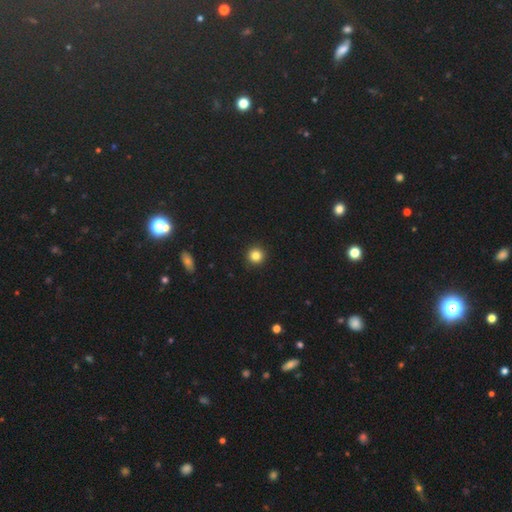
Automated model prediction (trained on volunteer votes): Smooth or featured?
  - smooth: 84% *
  - star or artifact: 11%
  - featured or disk: 5%
How rounded?
  - round: 95% *
  - in between: 4%
  - cigar-shaped: 1%
Merging?
  - none: 93% *
  - minor disturbance: 4%
  - major disturbance: 2%
  - merger: 1%